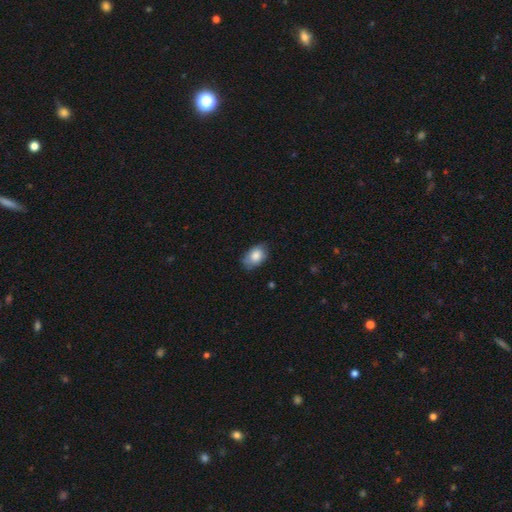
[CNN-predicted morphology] Q: Smooth or featured?
A: smooth (81%); runner-up: featured or disk (12%)
Q: How rounded?
A: in between (86%); runner-up: round (12%)
Q: Merging?
A: none (69%); runner-up: minor disturbance (25%)